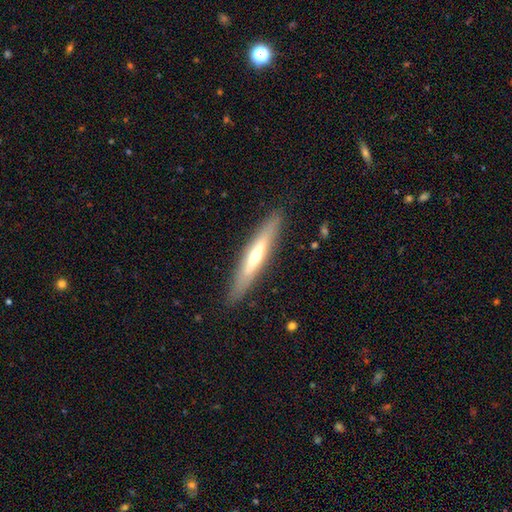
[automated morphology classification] Smooth or featured: featured or disk — 55% (smooth — 39%)
Edge-on disk: yes — 88% (no — 12%)
Merging: none — 89% (minor disturbance — 8%)